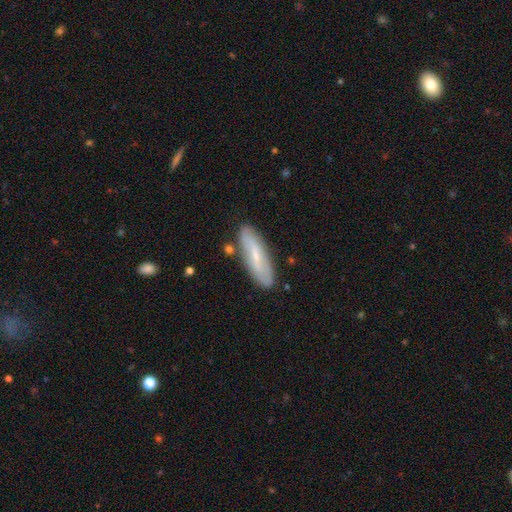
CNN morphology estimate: Smooth or featured? smooth (47%)
Merging? none (80%)